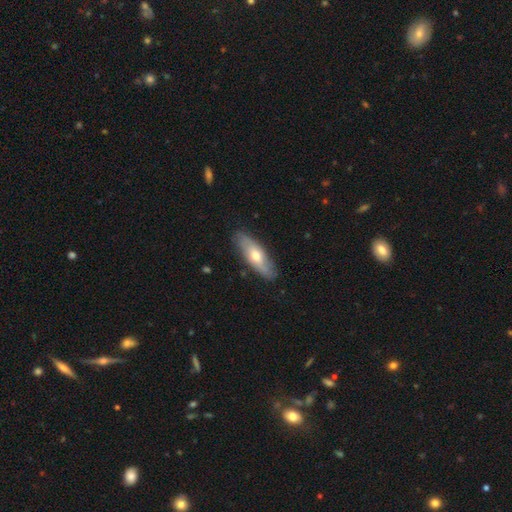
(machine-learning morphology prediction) This appears to be a smooth galaxy with no disk features (55%) that is in between round and cigar-shaped (60%). Merging: none (85%).